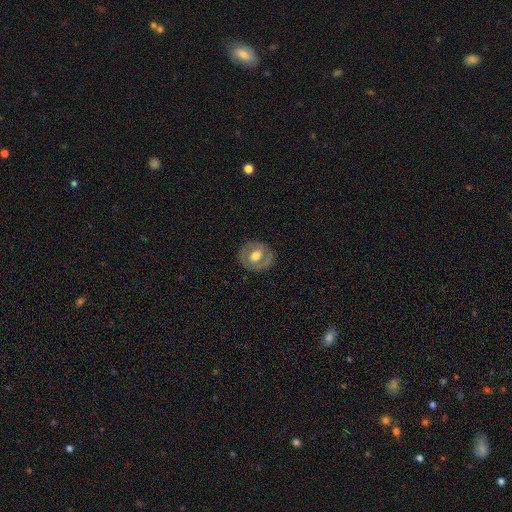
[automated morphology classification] Q: Smooth or featured?
A: featured or disk (52%); runner-up: smooth (42%)
Q: Edge-on disk?
A: no (95%); runner-up: yes (5%)
Q: Merging?
A: none (81%); runner-up: minor disturbance (13%)